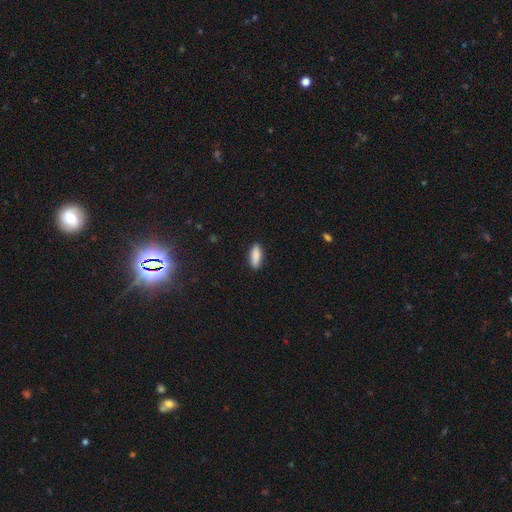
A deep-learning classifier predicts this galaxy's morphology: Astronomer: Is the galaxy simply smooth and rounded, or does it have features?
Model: smooth — 87%.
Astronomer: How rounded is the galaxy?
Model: in between — 63%.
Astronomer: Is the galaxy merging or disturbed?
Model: none — 88%.